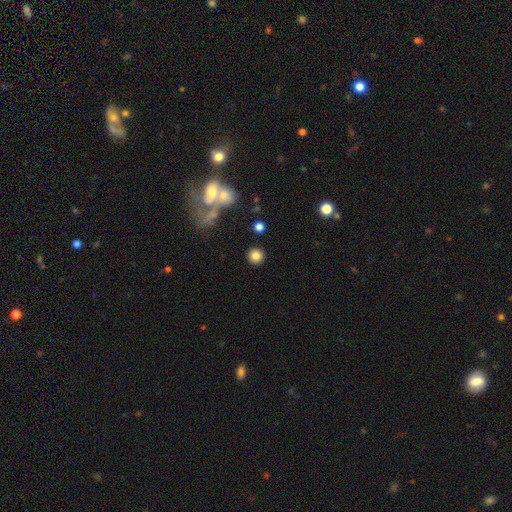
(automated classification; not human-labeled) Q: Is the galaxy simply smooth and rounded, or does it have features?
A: smooth — 81%.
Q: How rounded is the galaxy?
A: round — 93%.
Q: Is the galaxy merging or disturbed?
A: none — 88%.